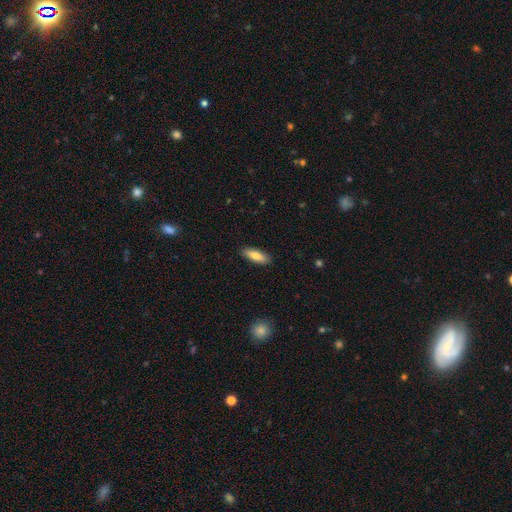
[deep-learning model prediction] Smooth or featured?
  - smooth: 79% *
  - featured or disk: 15%
  - star or artifact: 6%
How rounded?
  - in between: 60% *
  - cigar-shaped: 38%
  - round: 2%
Merging?
  - none: 89% *
  - minor disturbance: 8%
  - major disturbance: 2%
  - merger: 1%